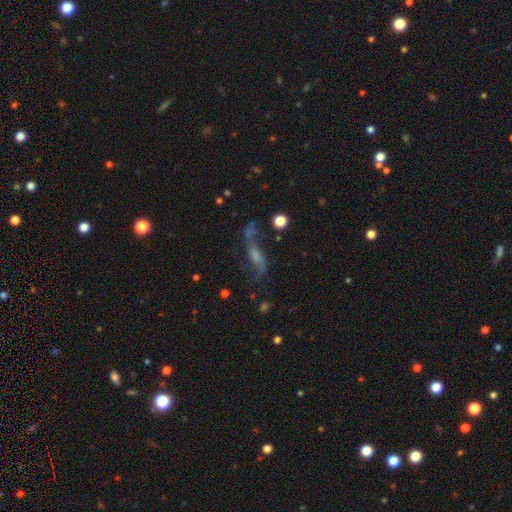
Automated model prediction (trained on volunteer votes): smooth-or-featured: featured or disk: 56% | smooth: 25% | star or artifact: 19%
  disk-edge-on: no: 72% | yes: 28%
  merging: none: 51% | major disturbance: 19% | minor disturbance: 18% | merger: 12%